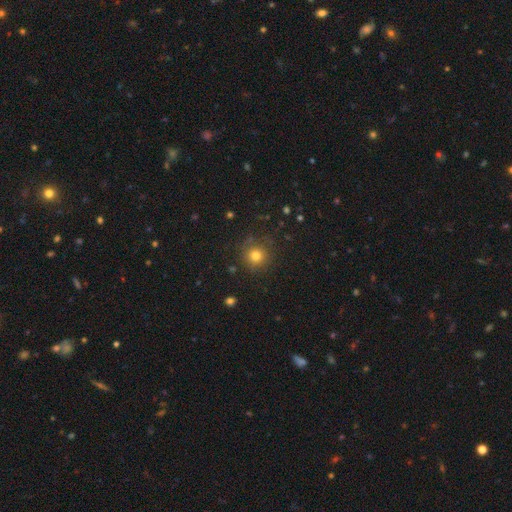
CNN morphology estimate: Smooth or featured: smooth — 78% (star or artifact — 15%)
How rounded: round — 94% (in between — 5%)
Merging: none — 85% (minor disturbance — 10%)